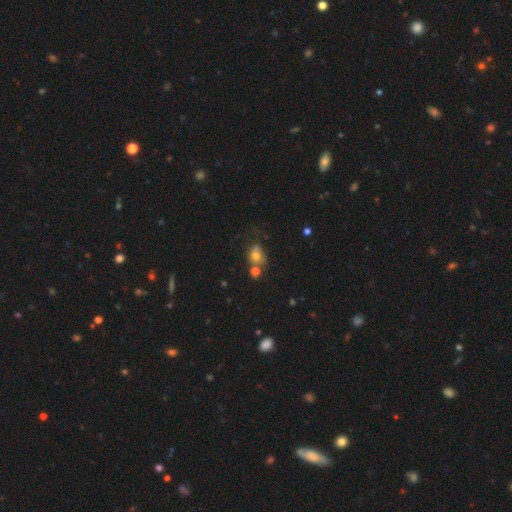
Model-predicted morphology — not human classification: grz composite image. It shows a smooth galaxy with no disk features (69%) that is in between round and cigar-shaped (51%). Merging: none (37%).